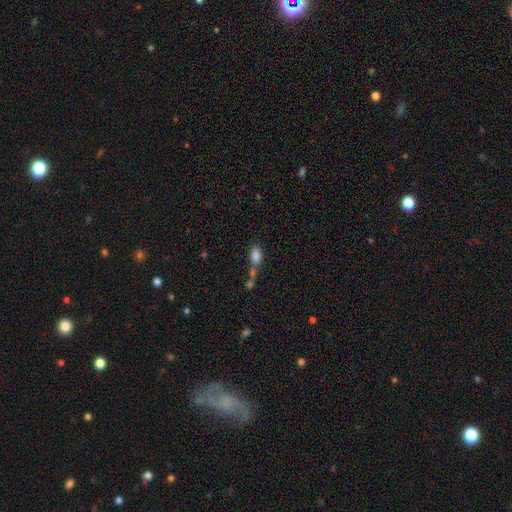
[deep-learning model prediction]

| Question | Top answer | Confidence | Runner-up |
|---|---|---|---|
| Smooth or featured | smooth | 82% | star or artifact (10%) |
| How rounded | in between | 88% | round (7%) |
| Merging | merger | 44% | none (36%) |